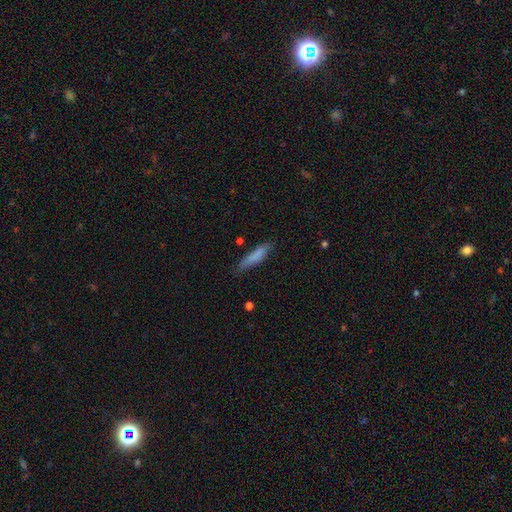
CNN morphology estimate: A smooth galaxy with no disk features (81%) that is cigar-shaped (80%).

Vote fractions:
- Smooth or featured? smooth: 81% / featured or disk: 13% / star or artifact: 7%
- How rounded? cigar-shaped: 80% / in between: 19% / round: 1%
- Merging? none: 76% / minor disturbance: 18% / major disturbance: 4% / merger: 2%